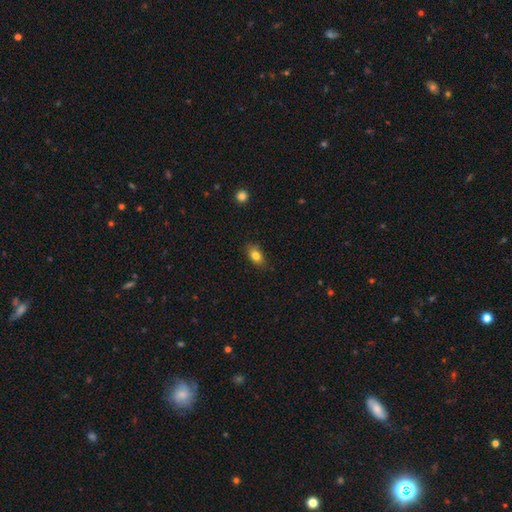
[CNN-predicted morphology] smooth-or-featured: smooth: 80% | featured or disk: 10% | star or artifact: 9%
  how-rounded: in between: 83% | round: 12% | cigar-shaped: 5%
  merging: none: 83% | minor disturbance: 14% | major disturbance: 3% | merger: 1%